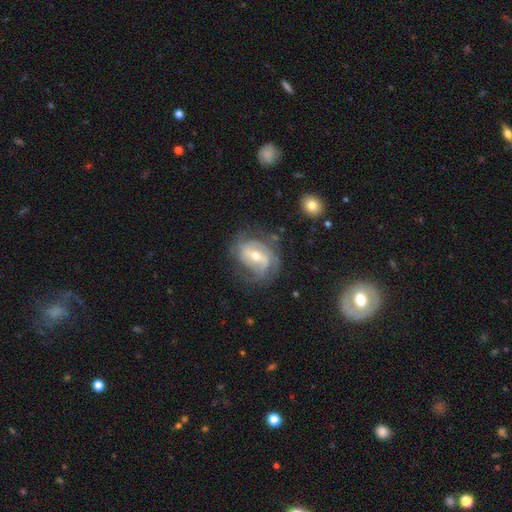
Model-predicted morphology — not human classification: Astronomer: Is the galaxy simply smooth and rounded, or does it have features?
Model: featured or disk — 79%.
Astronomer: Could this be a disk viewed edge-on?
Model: no — 96%.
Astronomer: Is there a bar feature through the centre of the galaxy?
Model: weak — 43% (runner-up: strong, 36%).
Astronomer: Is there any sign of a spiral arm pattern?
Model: yes — 86%.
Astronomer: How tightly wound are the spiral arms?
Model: medium — 41% (runner-up: tight, 37%).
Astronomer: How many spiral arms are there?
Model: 2 — 45% (runner-up: can't tell, 27%).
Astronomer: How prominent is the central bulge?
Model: moderate — 60% (runner-up: small, 36%).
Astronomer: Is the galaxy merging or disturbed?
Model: none — 59%.